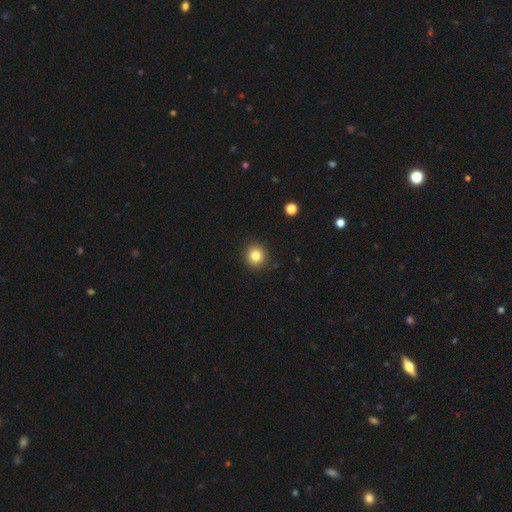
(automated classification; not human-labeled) Q: Smooth or featured?
A: smooth (82%); runner-up: star or artifact (11%)
Q: How rounded?
A: round (93%); runner-up: in between (7%)
Q: Merging?
A: none (91%); runner-up: minor disturbance (6%)